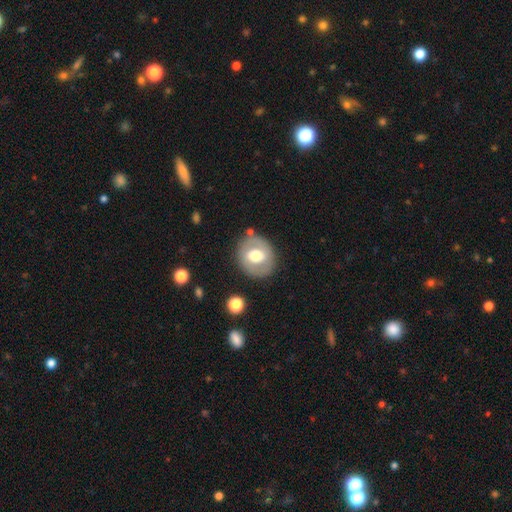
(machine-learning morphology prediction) A smooth galaxy with no disk features (51%) that is round (68%). Merging: none (81%).